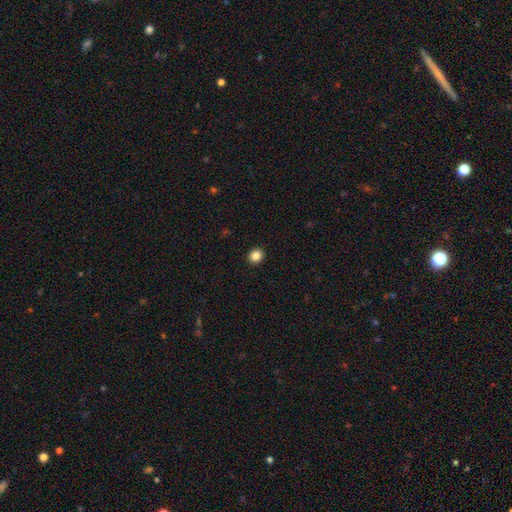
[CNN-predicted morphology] smooth-or-featured: smooth: 86% | star or artifact: 10% | featured or disk: 3%
  how-rounded: round: 85% | in between: 14% | cigar-shaped: 1%
  merging: none: 93% | minor disturbance: 4% | major disturbance: 1% | merger: 1%